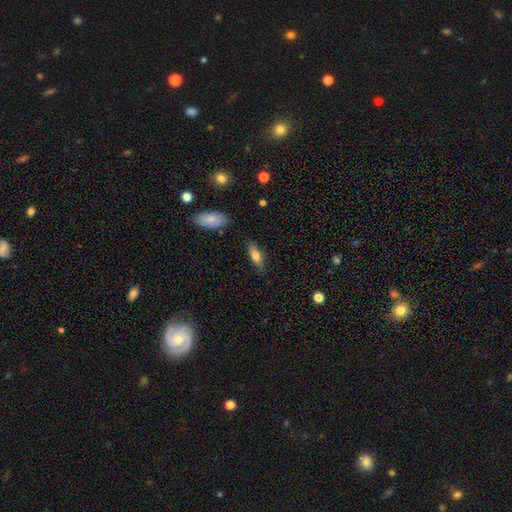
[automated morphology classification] This is likely a smooth galaxy (64%). How rounded: possibly in between (55%). Merging: clearly none (82%).